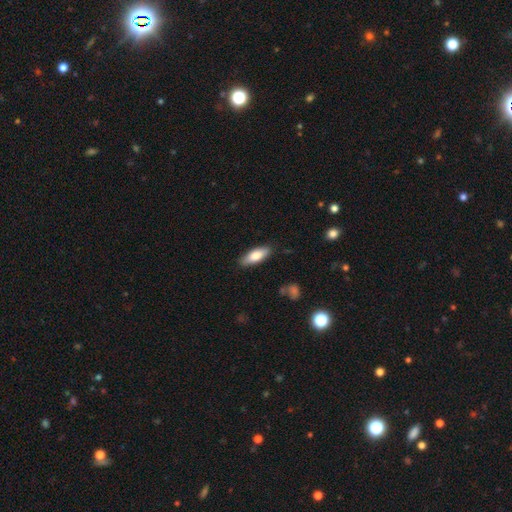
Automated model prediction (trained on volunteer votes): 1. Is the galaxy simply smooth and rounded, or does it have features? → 77% smooth, 17% featured or disk, 6% star or artifact.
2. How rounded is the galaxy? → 68% in between, 30% cigar-shaped, 2% round.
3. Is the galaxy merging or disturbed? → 86% none, 10% minor disturbance, 2% major disturbance, 1% merger.